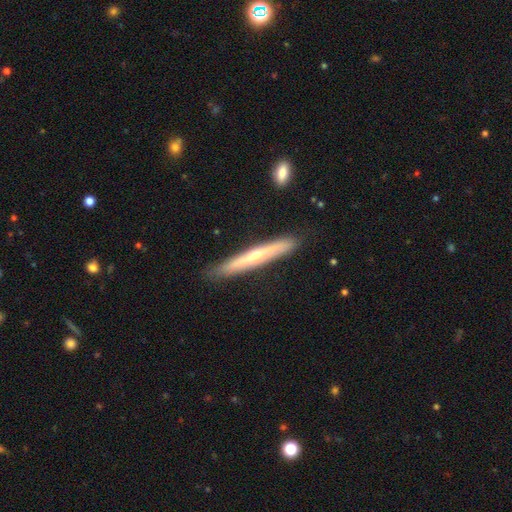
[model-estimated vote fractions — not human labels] featured or disk 58%, smooth 36%, star or artifact 6%. Down the decision tree: edge-on disk — yes (94%); edge-on bulge — rounded (69%); merging — none (88%).